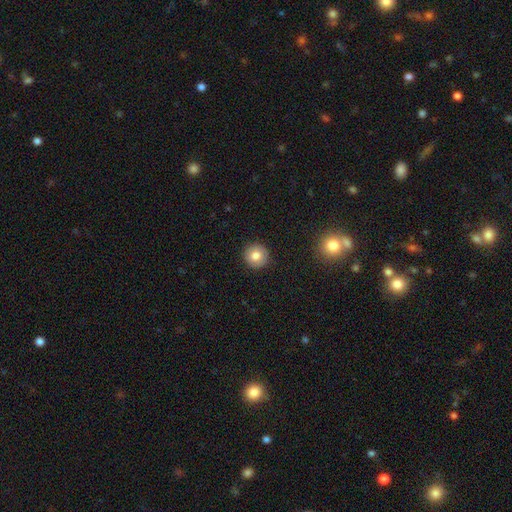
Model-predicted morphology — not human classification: Q: Smooth or featured?
A: smooth (80%); runner-up: featured or disk (11%)
Q: How rounded?
A: round (95%); runner-up: in between (4%)
Q: Merging?
A: none (92%); runner-up: minor disturbance (5%)